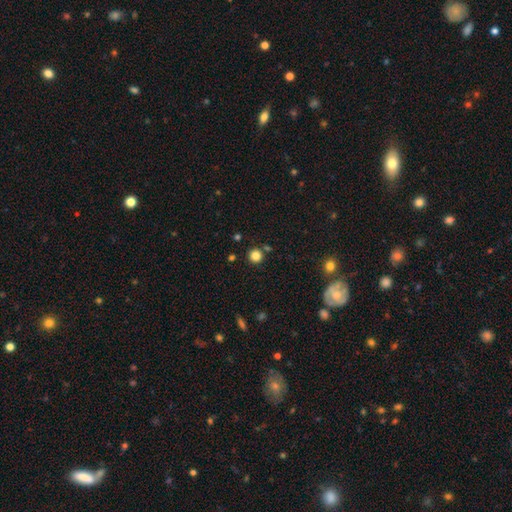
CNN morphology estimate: smooth 83%, star or artifact 13%, featured or disk 5%. Down the decision tree: how rounded — round (94%); merging — none (85%).